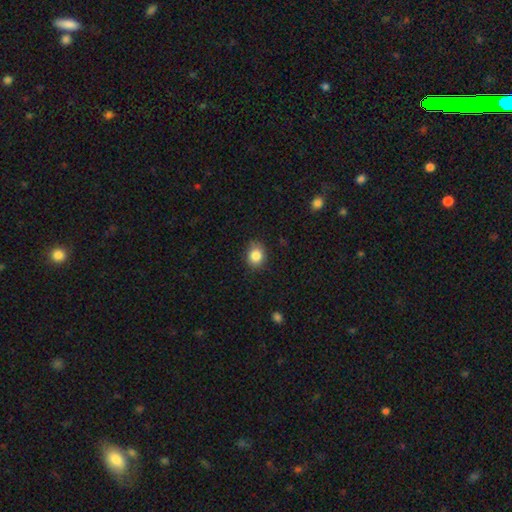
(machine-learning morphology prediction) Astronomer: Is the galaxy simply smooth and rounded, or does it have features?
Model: smooth — 85%.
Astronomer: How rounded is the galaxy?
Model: round — 64%.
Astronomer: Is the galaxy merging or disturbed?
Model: none — 79%.